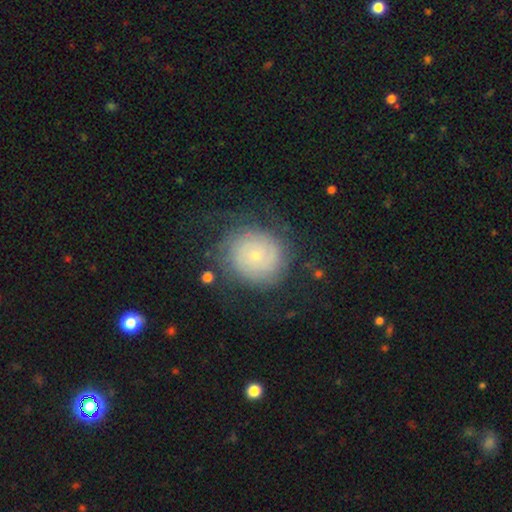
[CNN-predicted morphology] This appears to be a featured or disk galaxy (49%). Merging: none (69%).